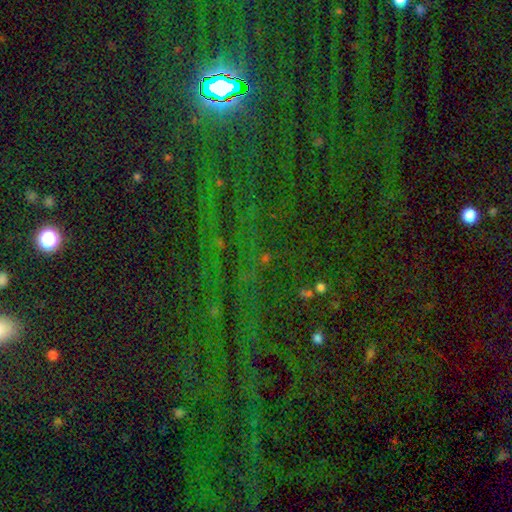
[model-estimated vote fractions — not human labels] smooth-or-featured: star or artifact: 83% | smooth: 9% | featured or disk: 8%